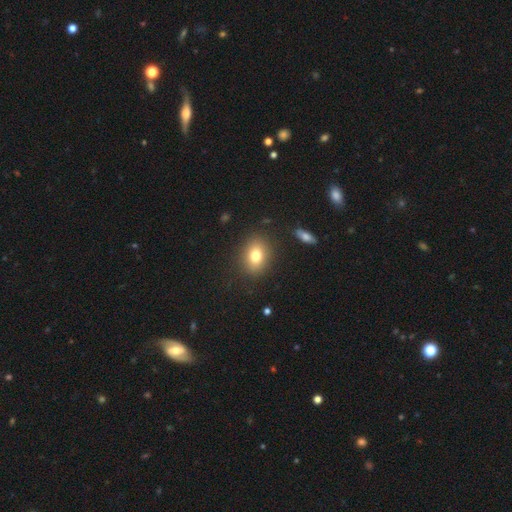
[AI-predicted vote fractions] smooth_or_featured: smooth (p=0.78) [alt: featured or disk p=0.12]
how_rounded: in between (p=0.63) [alt: round p=0.35]
merging: none (p=0.86) [alt: minor disturbance p=0.09]